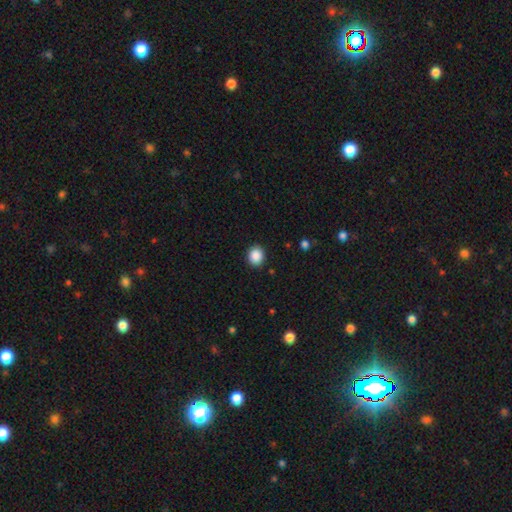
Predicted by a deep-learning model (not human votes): This appears to be a smooth galaxy with no disk features (89%) that is round (75%). Merging: none (91%).